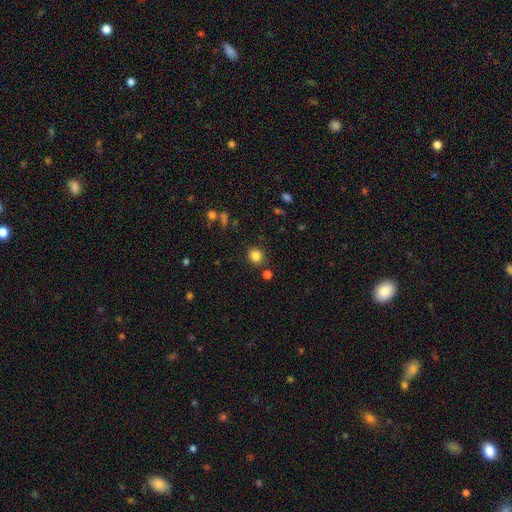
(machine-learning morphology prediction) smooth-or-featured: smooth: 83% | star or artifact: 12% | featured or disk: 5%
  how-rounded: round: 84% | in between: 15% | cigar-shaped: 1%
  merging: none: 85% | minor disturbance: 8% | merger: 4% | major disturbance: 3%